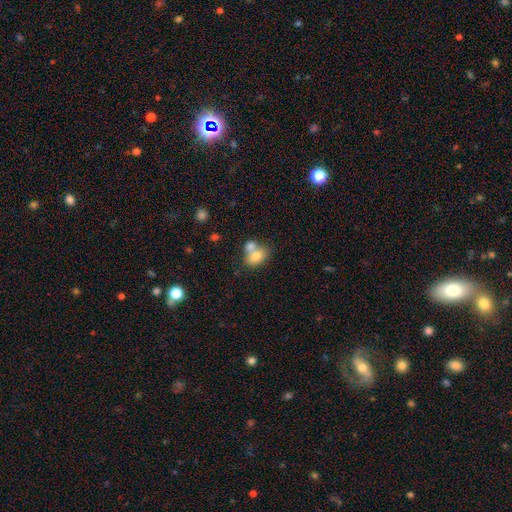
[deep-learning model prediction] Smooth or featured? smooth (75%)
How rounded? in between (66%)
Merging? merger (56%)